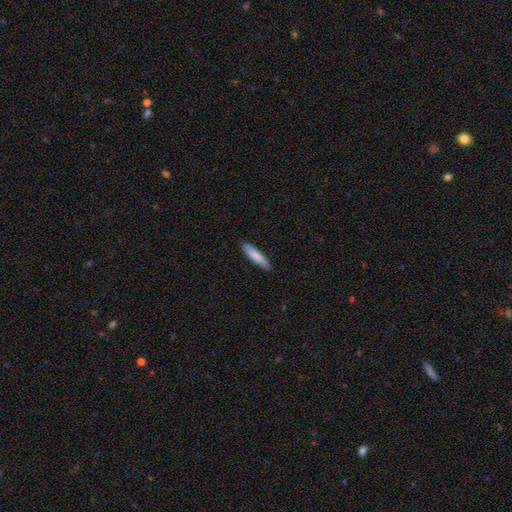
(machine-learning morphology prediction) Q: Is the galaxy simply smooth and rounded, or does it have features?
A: smooth — 84%.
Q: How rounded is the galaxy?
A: cigar-shaped — 81%.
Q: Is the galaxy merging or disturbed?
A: none — 87%.